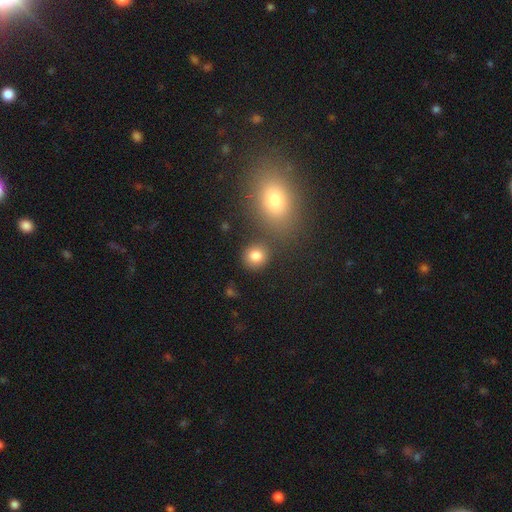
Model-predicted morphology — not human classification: smooth-or-featured: smooth: 82% | star or artifact: 11% | featured or disk: 6%
  how-rounded: round: 83% | in between: 16% | cigar-shaped: 1%
  merging: none: 78% | merger: 10% | minor disturbance: 9% | major disturbance: 4%